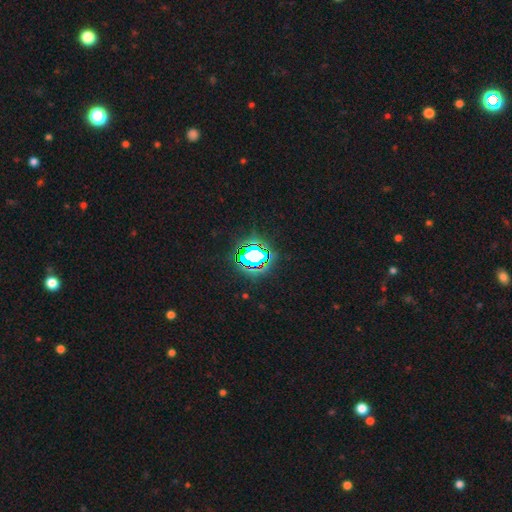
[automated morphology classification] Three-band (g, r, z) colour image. It shows a star or artifact, not a galaxy (70%).